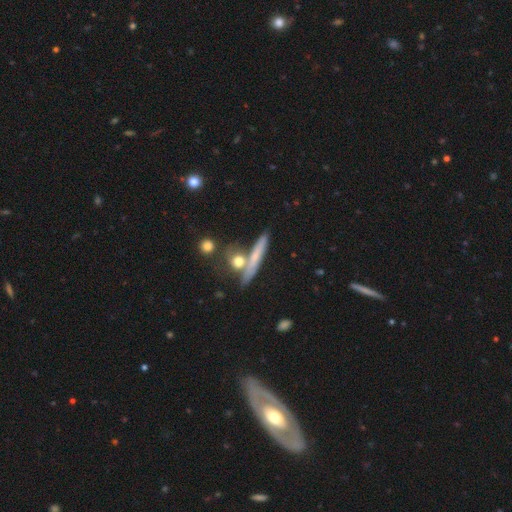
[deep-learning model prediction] Q: Smooth or featured?
A: smooth (55%); runner-up: featured or disk (36%)
Q: How rounded?
A: cigar-shaped (80%); runner-up: round (10%)
Q: Merging?
A: none (65%); runner-up: merger (18%)